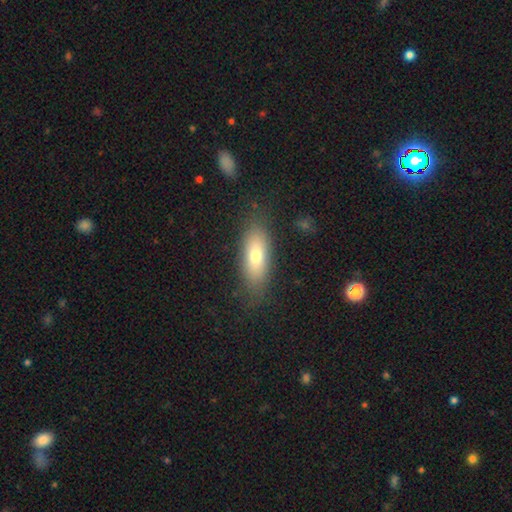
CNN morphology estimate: Smooth or featured? smooth (72%)
How rounded? in between (69%)
Merging? none (82%)